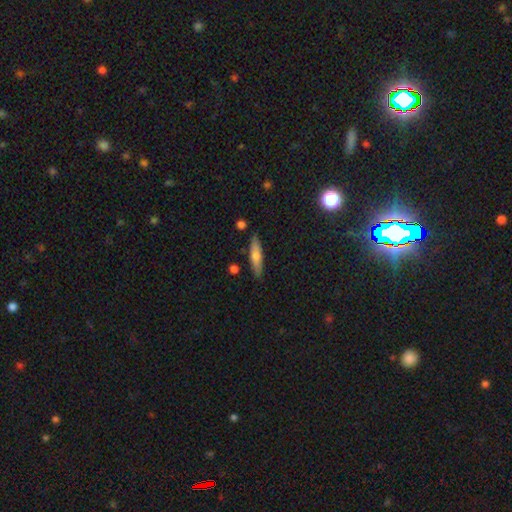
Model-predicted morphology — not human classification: Overall: smooth (61%; featured or disk 31%). How rounded: cigar-shaped (77%). Merging: none (85%).